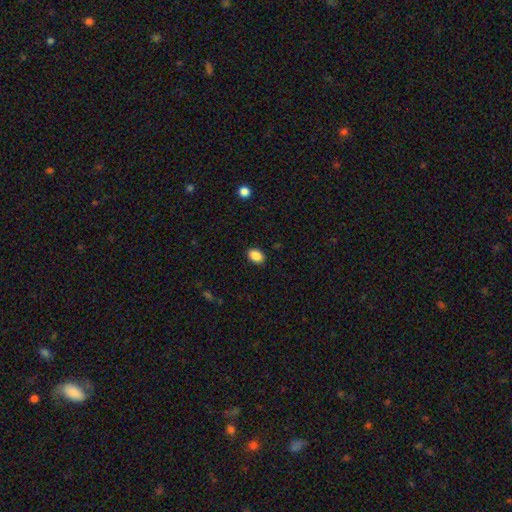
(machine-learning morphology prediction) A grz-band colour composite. It shows a smooth galaxy with no disk features (88%) that is in between round and cigar-shaped (81%). Merging: none (90%).